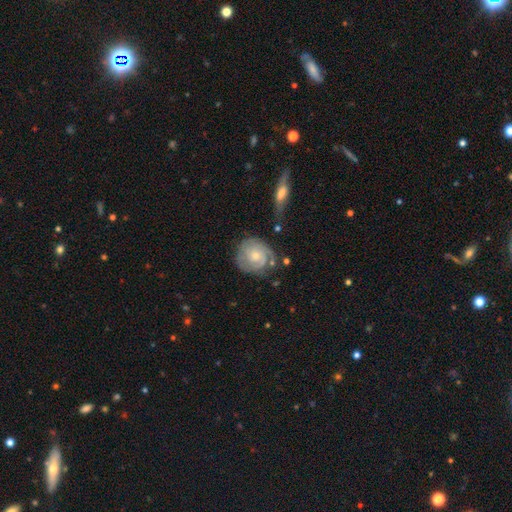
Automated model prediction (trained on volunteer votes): Smooth or featured: featured or disk — 73% (smooth — 22%)
Edge-on disk: no — 97% (yes — 3%)
Bar: no — 75% (weak — 22%)
Spiral arms: yes — 91% (no — 9%)
Spiral winding: tight — 68% (medium — 24%)
Spiral arm count: 2 — 43% (can't tell — 28%)
Bulge size: small — 59% (moderate — 35%)
Merging: none — 65% (minor disturbance — 21%)